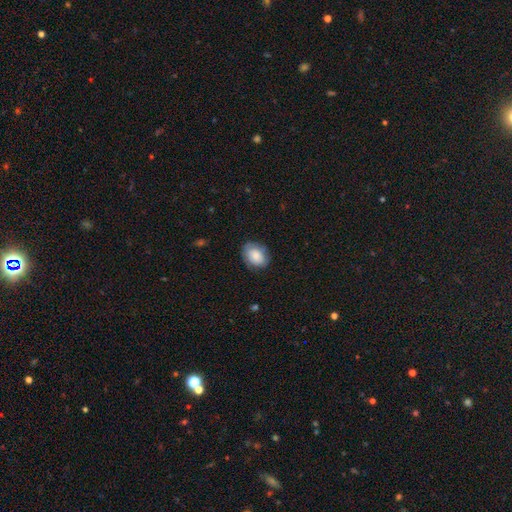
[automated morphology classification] A smooth galaxy with no disk features (78%) that is in between round and cigar-shaped (74%). Merging: none (73%).